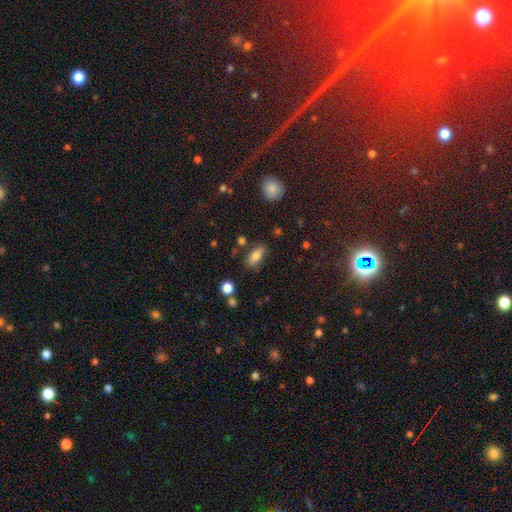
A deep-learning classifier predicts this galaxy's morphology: smooth 77%, featured or disk 14%, star or artifact 9%. Down the decision tree: how rounded — in between (81%); merging — none (79%).